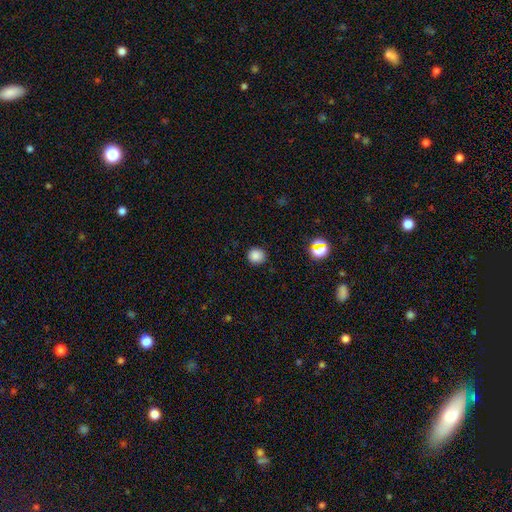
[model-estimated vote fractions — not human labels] Q: Smooth or featured?
A: smooth (83%); runner-up: star or artifact (13%)
Q: How rounded?
A: round (90%); runner-up: in between (9%)
Q: Merging?
A: none (89%); runner-up: minor disturbance (8%)